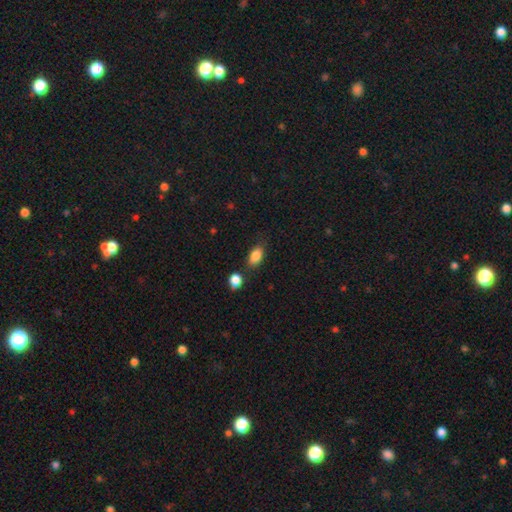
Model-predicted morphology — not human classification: Smooth or featured: smooth — 85% (star or artifact — 9%)
How rounded: in between — 86% (round — 11%)
Merging: none — 73% (minor disturbance — 17%)